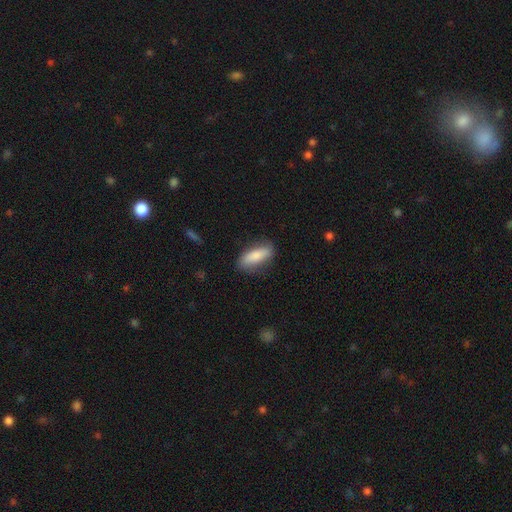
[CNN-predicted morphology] This appears to be a smooth galaxy with no disk features (80%) that is in between round and cigar-shaped (65%). Merging: none (81%).